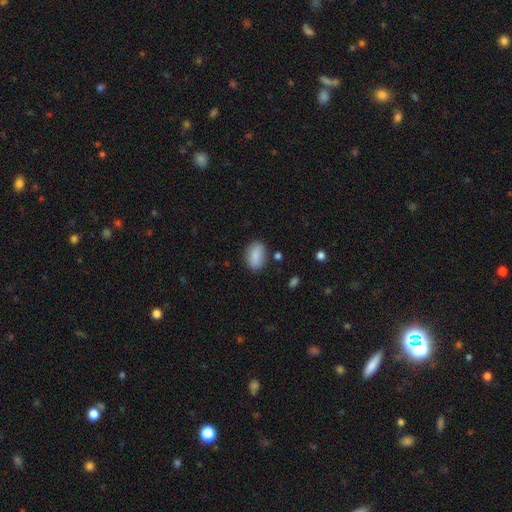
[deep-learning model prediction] The model was most divided on "merging": none: 81%, minor disturbance: 13%, major disturbance: 3%, merger: 3%. More confident: smooth or featured — smooth (86%); how rounded — in between (86%).